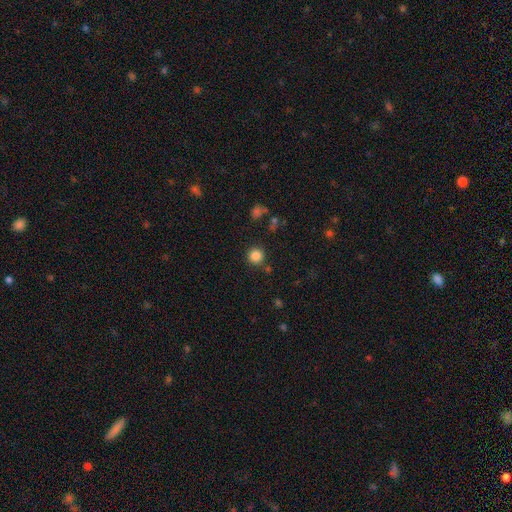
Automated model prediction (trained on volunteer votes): The model was most divided on "smooth or featured": smooth: 84%, star or artifact: 11%, featured or disk: 4%. More confident: how rounded — round (94%); merging — none (86%).